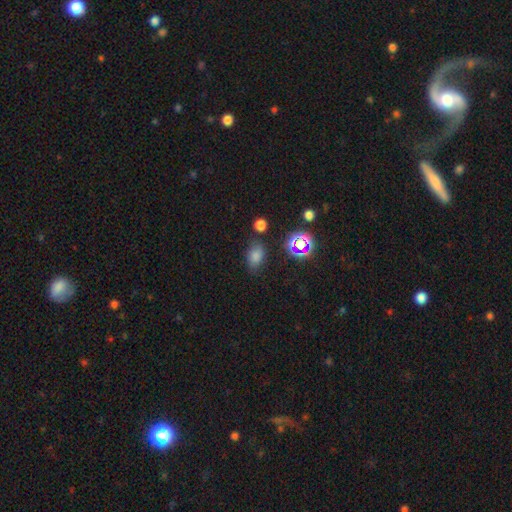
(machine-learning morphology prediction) The model was most divided on "smooth or featured": smooth: 71%, star or artifact: 21%, featured or disk: 8%. More confident: how rounded — in between (77%); merging — none (73%).